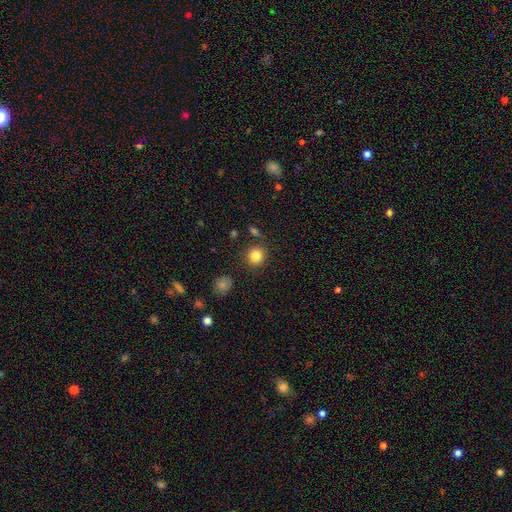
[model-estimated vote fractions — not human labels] Smooth or featured? Predicted: smooth (p=0.84). How rounded? Predicted: round (p=0.87). Merging? Predicted: none (p=0.85).